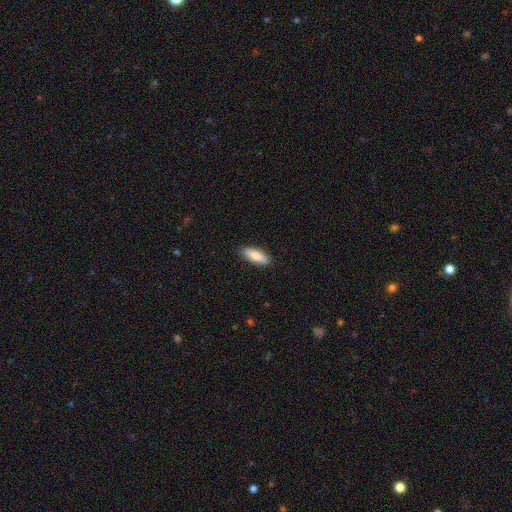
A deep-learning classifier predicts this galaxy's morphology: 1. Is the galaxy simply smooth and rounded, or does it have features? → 86% smooth, 9% featured or disk, 5% star or artifact.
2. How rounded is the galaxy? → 66% in between, 32% cigar-shaped, 2% round.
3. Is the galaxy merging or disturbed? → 88% none, 9% minor disturbance, 2% major disturbance, 1% merger.